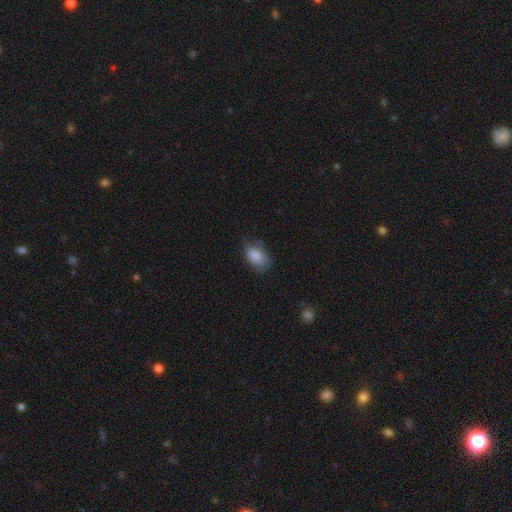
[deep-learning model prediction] Smooth or featured: smooth — 85% (featured or disk — 8%)
How rounded: in between — 86% (round — 13%)
Merging: none — 62% (minor disturbance — 28%)